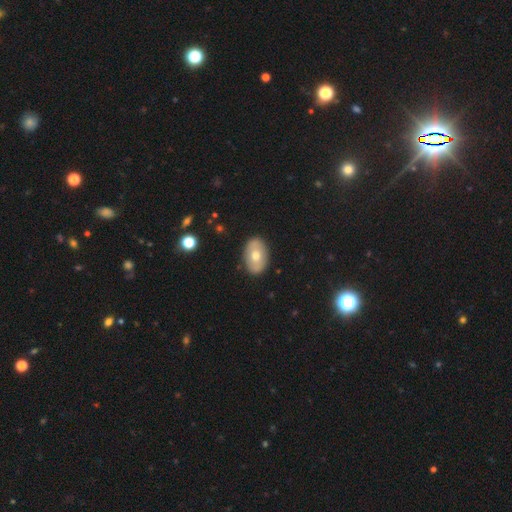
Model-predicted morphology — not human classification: This appears to be a smooth galaxy with no disk features (62%) that is in between round and cigar-shaped (85%). Merging: none (88%).